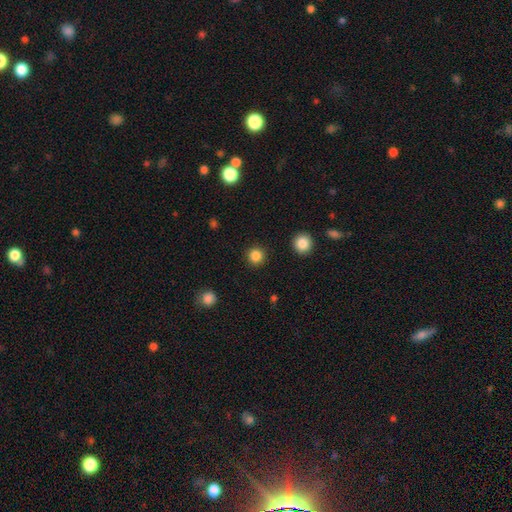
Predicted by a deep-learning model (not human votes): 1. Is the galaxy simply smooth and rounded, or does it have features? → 85% smooth, 11% star or artifact, 4% featured or disk.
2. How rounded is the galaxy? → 95% round, 5% in between, 1% cigar-shaped.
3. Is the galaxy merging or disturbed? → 92% none, 5% minor disturbance, 2% major disturbance, 1% merger.